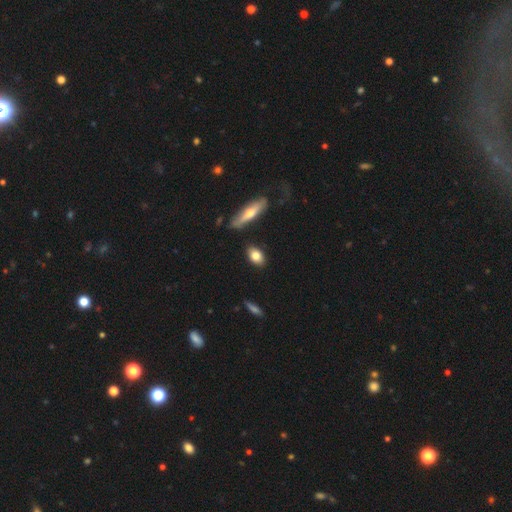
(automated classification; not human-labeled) smooth_or_featured: smooth (p=0.79) [alt: featured or disk p=0.14]
how_rounded: in between (p=0.82) [alt: round p=0.11]
merging: none (p=0.84) [alt: minor disturbance p=0.11]